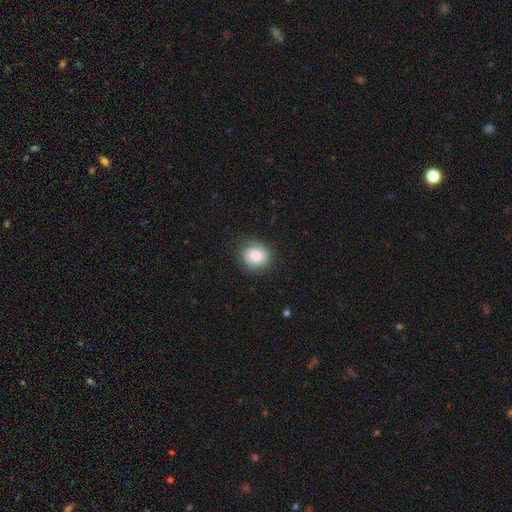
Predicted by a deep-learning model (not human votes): smooth 75%, featured or disk 16%, star or artifact 9%. Down the decision tree: how rounded — round (75%); merging — none (78%).